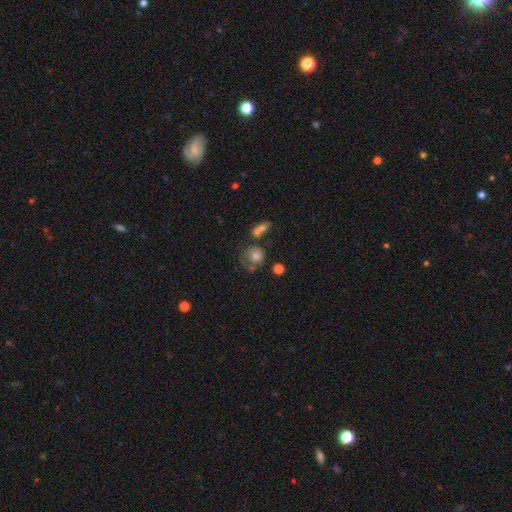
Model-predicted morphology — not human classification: smooth_or_featured: smooth (p=0.70) [alt: featured or disk p=0.20]
how_rounded: round (p=0.78) [alt: in between p=0.20]
merging: none (p=0.38) [alt: merger p=0.23]